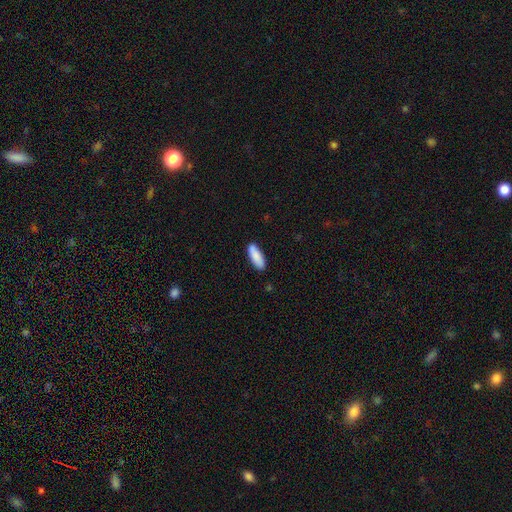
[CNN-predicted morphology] Smooth or featured: smooth — 86% (featured or disk — 8%)
How rounded: in between — 59% (cigar-shaped — 40%)
Merging: none — 85% (minor disturbance — 11%)